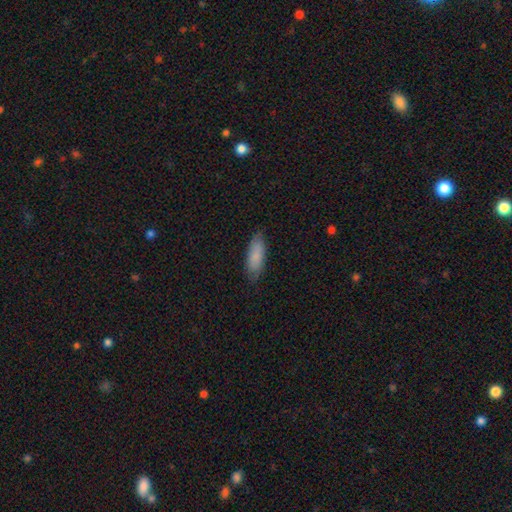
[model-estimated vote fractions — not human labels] A smooth galaxy with no disk features (85%) that is in between round and cigar-shaped (65%).

Vote fractions:
- Smooth or featured? smooth: 85% / featured or disk: 10% / star or artifact: 6%
- How rounded? in between: 65% / cigar-shaped: 33% / round: 2%
- Merging? none: 82% / minor disturbance: 15% / major disturbance: 3% / merger: 1%